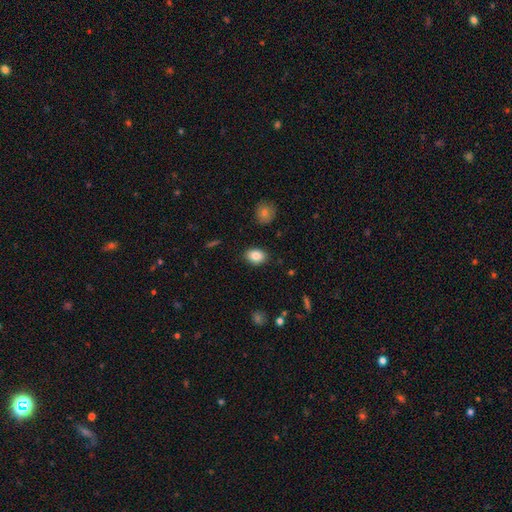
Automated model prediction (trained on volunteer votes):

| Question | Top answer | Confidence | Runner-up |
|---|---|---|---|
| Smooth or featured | smooth | 85% | star or artifact (8%) |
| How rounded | in between | 79% | round (20%) |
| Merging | none | 88% | minor disturbance (9%) |